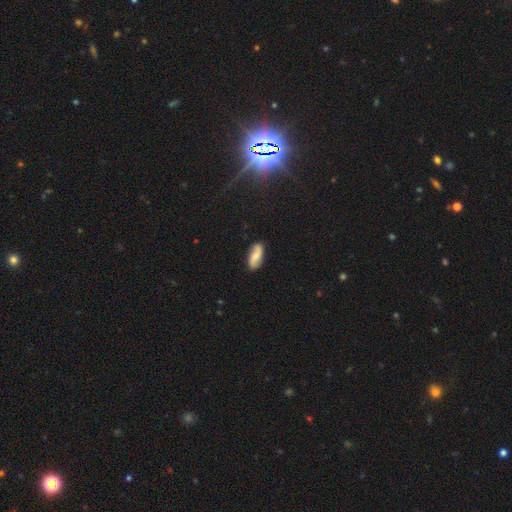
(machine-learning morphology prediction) type=smooth (50%); roundness=in between (81%); merging=none (83%).